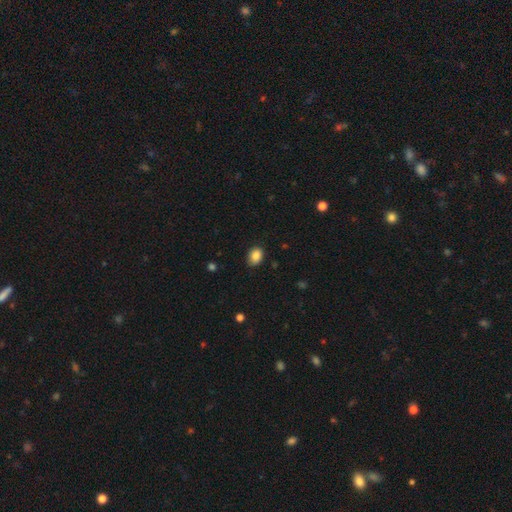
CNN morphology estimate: Overall: smooth (87%). How rounded: in between (67%; round 32%). Merging: none (82%).